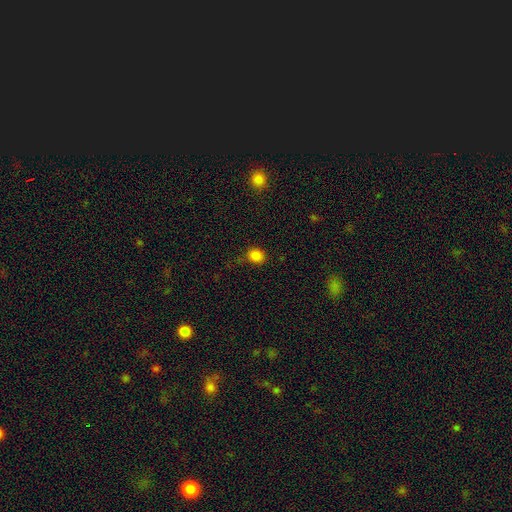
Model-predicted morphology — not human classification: This is clearly a smooth galaxy (82%). How rounded: likely round (68%). Merging: likely none (75%).